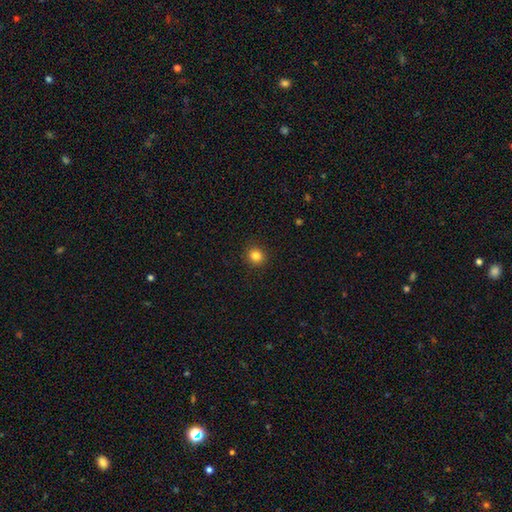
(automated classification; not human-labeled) Smooth or featured?
  - smooth: 83% *
  - star or artifact: 12%
  - featured or disk: 5%
How rounded?
  - round: 89% *
  - in between: 10%
  - cigar-shaped: 1%
Merging?
  - none: 92% *
  - minor disturbance: 5%
  - major disturbance: 2%
  - merger: 1%